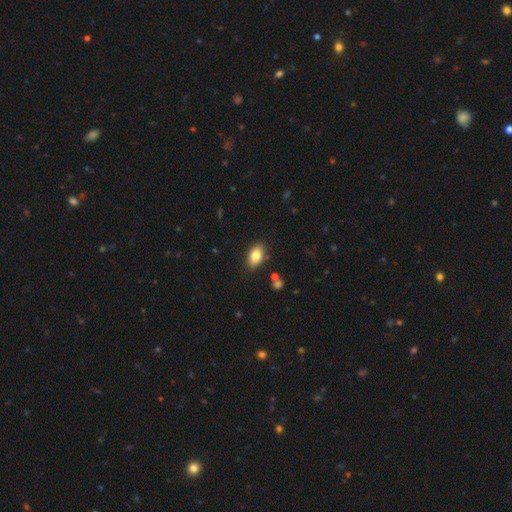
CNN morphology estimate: This is clearly a smooth galaxy (83%). How rounded: clearly in between (91%). Merging: clearly none (85%).